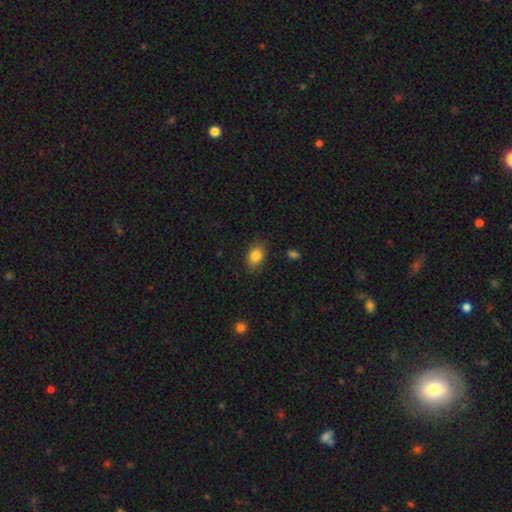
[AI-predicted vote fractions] smooth_or_featured: smooth (p=0.85) [alt: star or artifact p=0.09]
how_rounded: in between (p=0.76) [alt: round p=0.23]
merging: none (p=0.83) [alt: minor disturbance p=0.12]